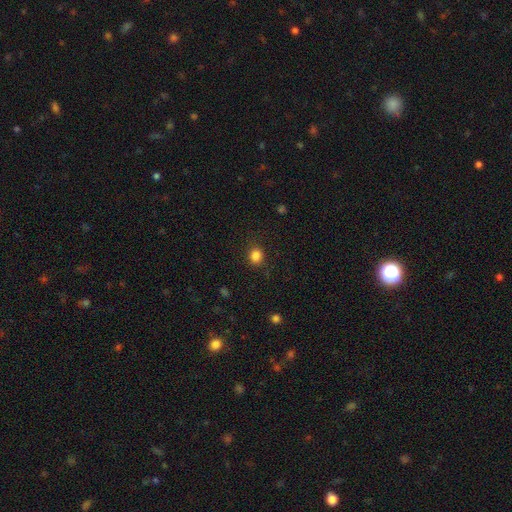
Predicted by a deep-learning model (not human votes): Smooth or featured? smooth (84%)
How rounded? round (73%)
Merging? none (85%)